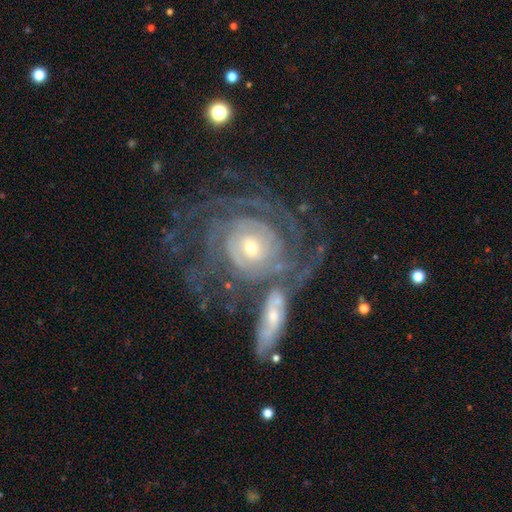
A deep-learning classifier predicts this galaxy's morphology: featured or disk 84%, star or artifact 8%, smooth 8%. Down the decision tree: edge-on disk — no (96%); bar — no (78%); spiral arms — yes (92%); spiral arm count — can't tell (39%); spiral winding — tight (77%); bulge size — small (59%); merging — none (48%).